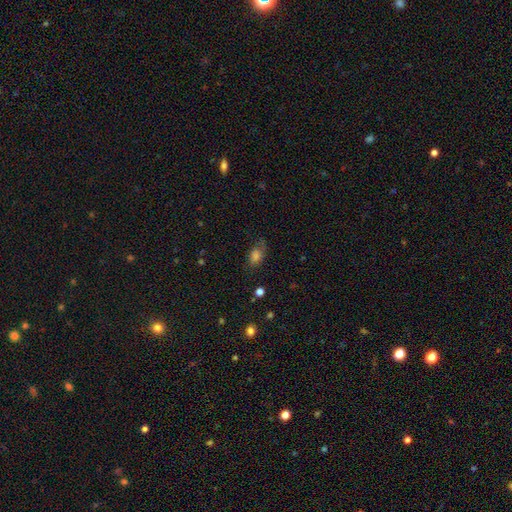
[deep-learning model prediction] This is likely a smooth galaxy (66%). How rounded: clearly in between (80%). Merging: likely none (61%).